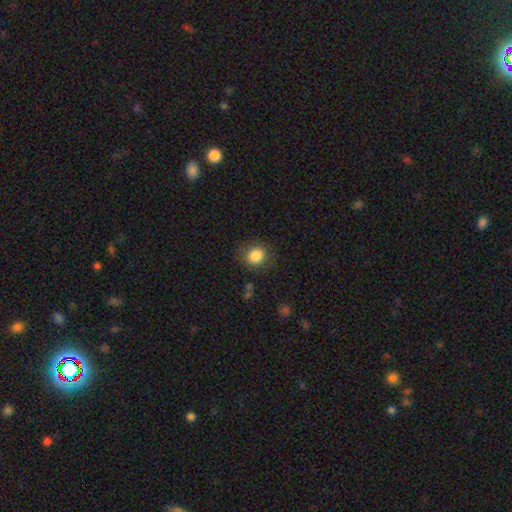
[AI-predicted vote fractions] A smooth galaxy with no disk features (84%) that is round (74%). Merging: none (81%).